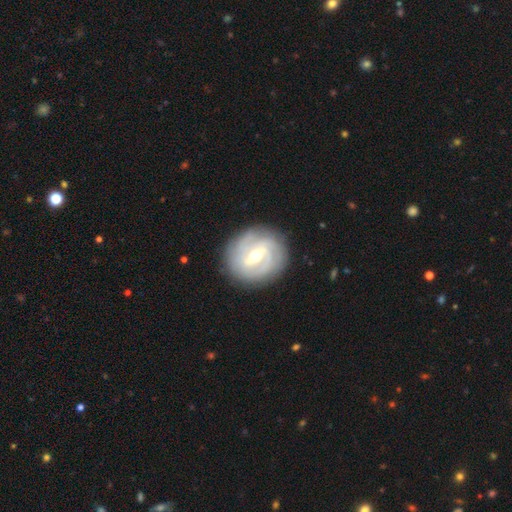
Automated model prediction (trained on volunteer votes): Overall: featured or disk (82%). Edge-on disk: no (96%). Bar: weak (48%; strong 39%). Spiral arms: yes (90%). Spiral arm count: 2 (35%; can't tell 27%). Spiral winding: tight (61%; medium 29%). Bulge size: moderate (70%). Merging: none (85%).